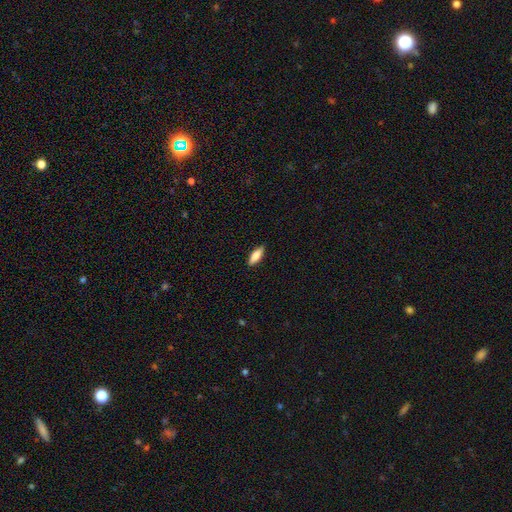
This is clearly a smooth galaxy (88%). How rounded: likely in between (69%). Merging: clearly none (82%).